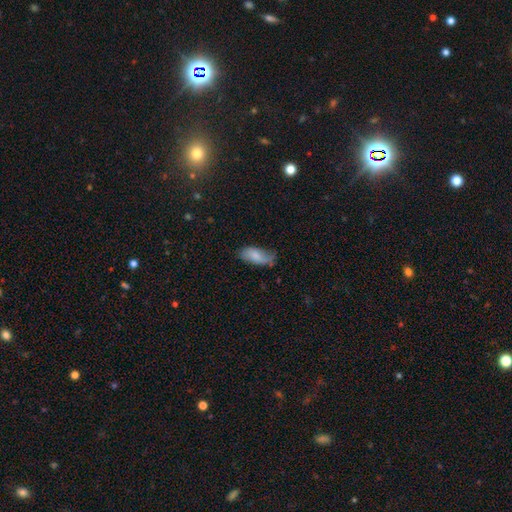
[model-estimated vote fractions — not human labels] Smooth or featured? Predicted: smooth (p=0.79). How rounded? Predicted: in between (p=0.87). Merging? Predicted: none (p=0.57).